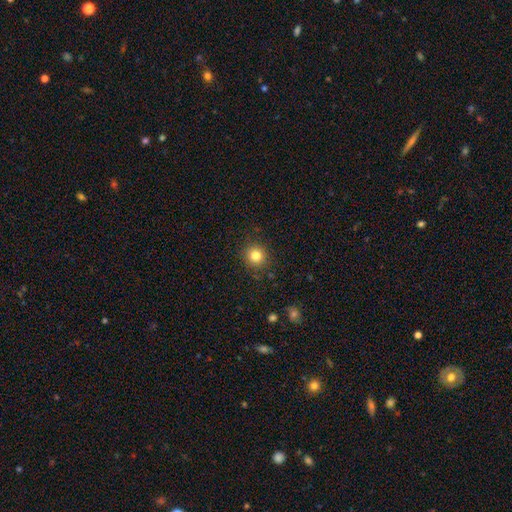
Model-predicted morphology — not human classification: smooth 82%, star or artifact 12%, featured or disk 6%. Down the decision tree: how rounded — round (91%); merging — none (89%).